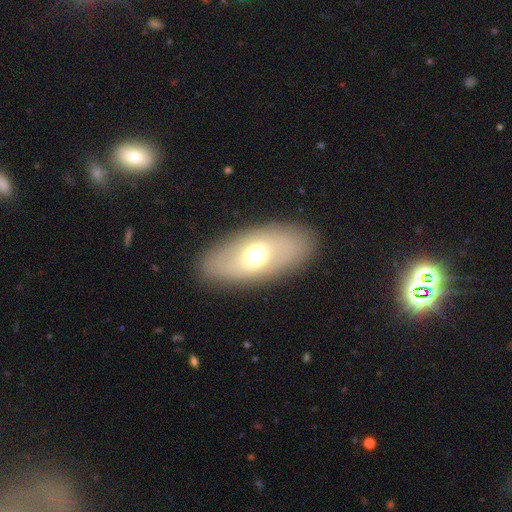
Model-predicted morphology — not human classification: smooth 53%, featured or disk 37%, star or artifact 10%. Down the decision tree: how rounded — in between (85%); merging — none (85%).